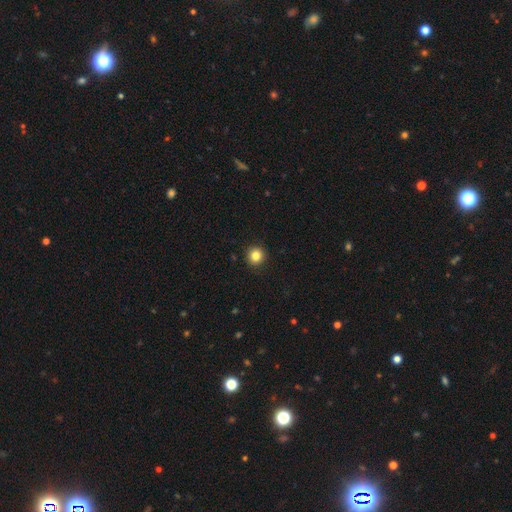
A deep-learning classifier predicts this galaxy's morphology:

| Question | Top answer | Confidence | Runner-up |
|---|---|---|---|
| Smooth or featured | smooth | 84% | star or artifact (11%) |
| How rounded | round | 94% | in between (5%) |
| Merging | none | 93% | minor disturbance (5%) |